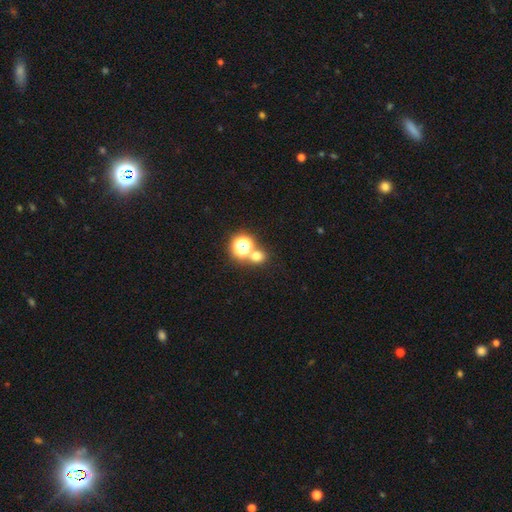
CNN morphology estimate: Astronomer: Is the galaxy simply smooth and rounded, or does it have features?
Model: smooth — 65%.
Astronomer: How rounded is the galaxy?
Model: round — 81%.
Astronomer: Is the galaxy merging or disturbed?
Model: none — 64%.